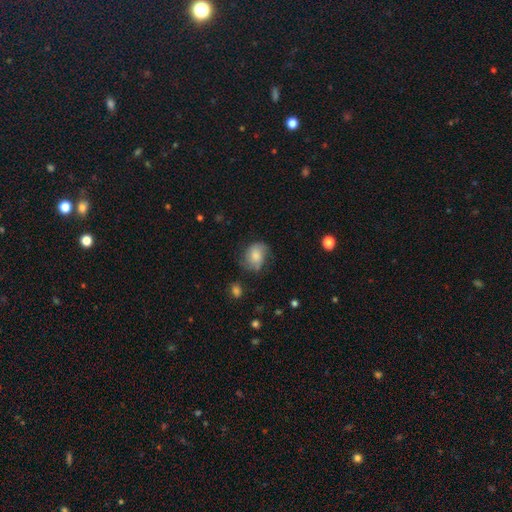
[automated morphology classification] The model was most divided on "how rounded": in between: 51%, round: 48%, cigar-shaped: 1%. More confident: smooth or featured — smooth (59%); merging — none (58%).